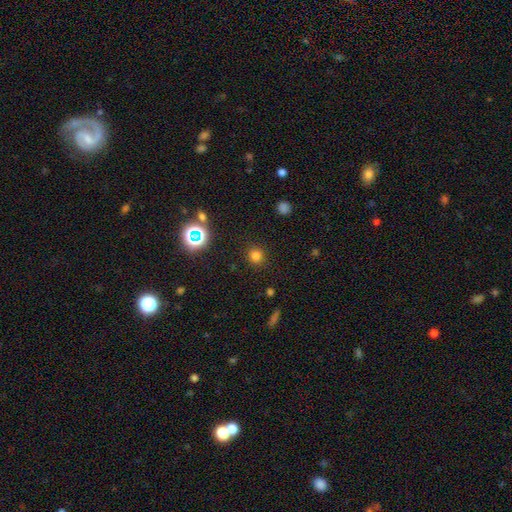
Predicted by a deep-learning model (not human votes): Q: Smooth or featured?
A: smooth (75%); runner-up: star or artifact (20%)
Q: How rounded?
A: round (89%); runner-up: in between (10%)
Q: Merging?
A: none (89%); runner-up: minor disturbance (7%)